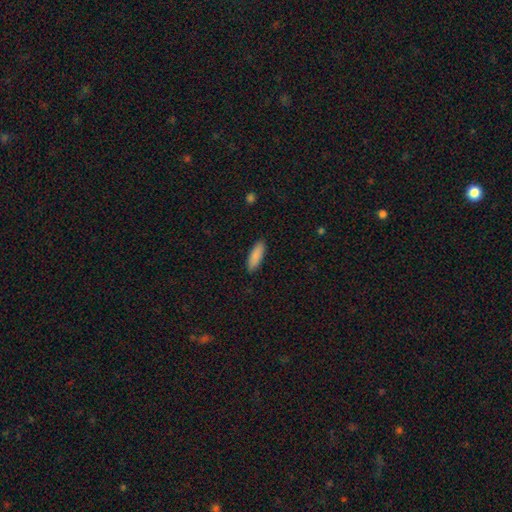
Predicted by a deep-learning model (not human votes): Overall: smooth (89%). How rounded: in between (54%; cigar-shaped 44%). Merging: none (89%).